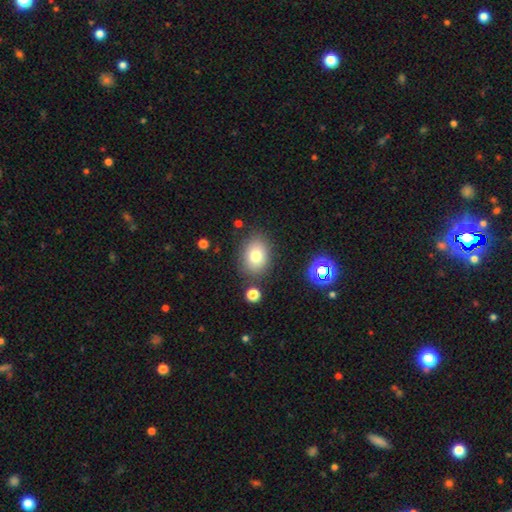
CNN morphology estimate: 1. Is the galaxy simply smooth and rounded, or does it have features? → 77% smooth, 11% star or artifact, 11% featured or disk.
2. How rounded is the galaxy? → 65% in between, 34% round, 1% cigar-shaped.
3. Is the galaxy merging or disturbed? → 82% none, 11% minor disturbance, 4% merger, 3% major disturbance.